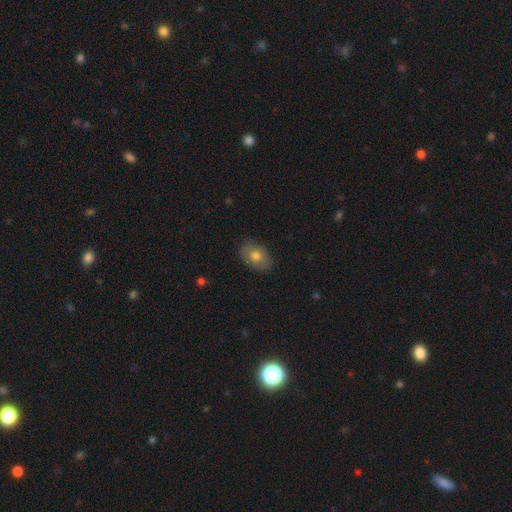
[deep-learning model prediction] smooth 75%, featured or disk 17%, star or artifact 8%. Down the decision tree: how rounded — in between (80%); merging — none (85%).